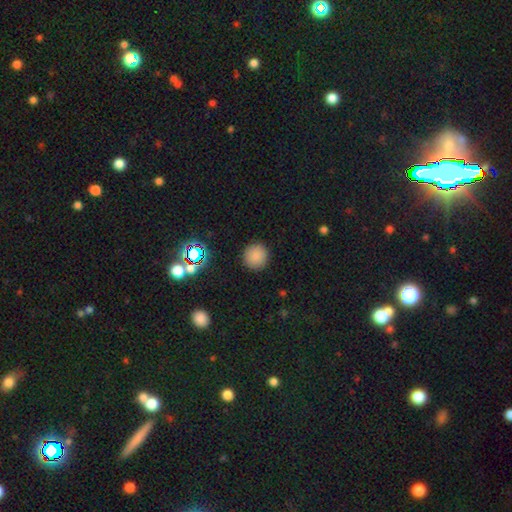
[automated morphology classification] smooth 83%, star or artifact 13%, featured or disk 4%. Down the decision tree: how rounded — round (94%); merging — none (91%).